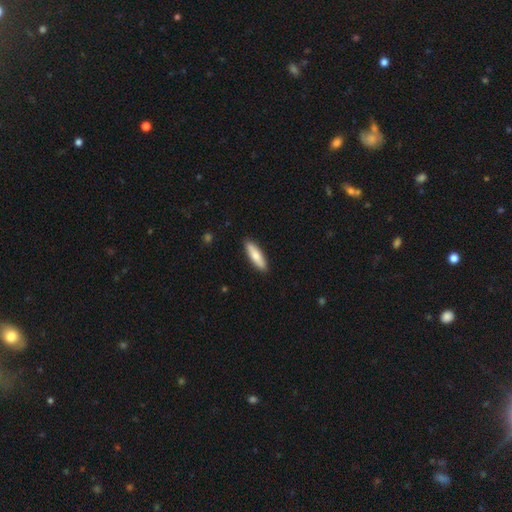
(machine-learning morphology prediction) Overall: smooth (73%). How rounded: cigar-shaped (61%; in between 37%). Merging: none (90%).